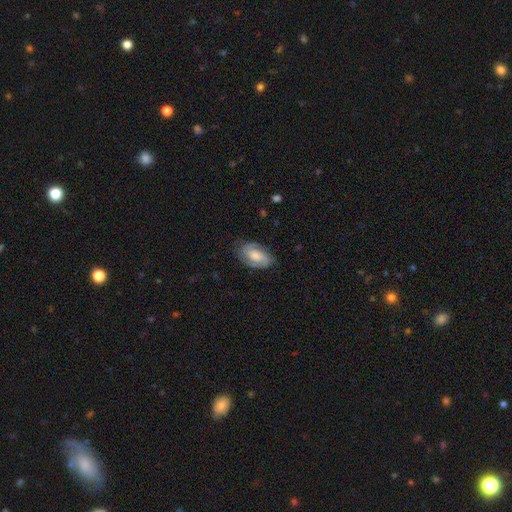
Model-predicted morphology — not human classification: This is likely a featured or disk galaxy (62%). It is clearly not viewed edge-on (95%). Bar: possibly no (56%). Spiral arm pattern: clearly yes (89%). Spiral arm count: likely 2 (68%). Spiral winding: possibly tight (46%). Central bulge: marginally moderate (43%). Merging: likely none (73%).